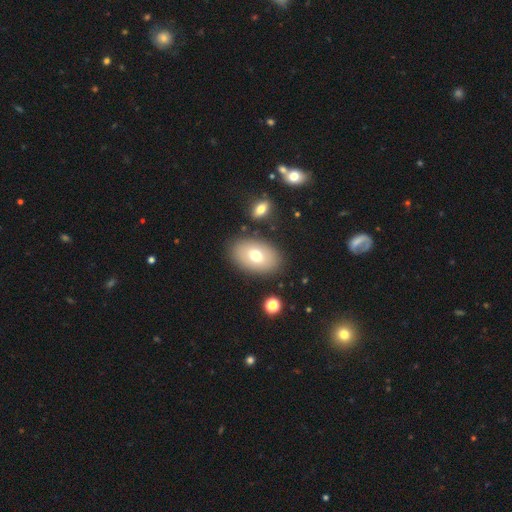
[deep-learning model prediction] This is likely a smooth galaxy (70%). How rounded: clearly in between (88%). Merging: clearly none (84%).